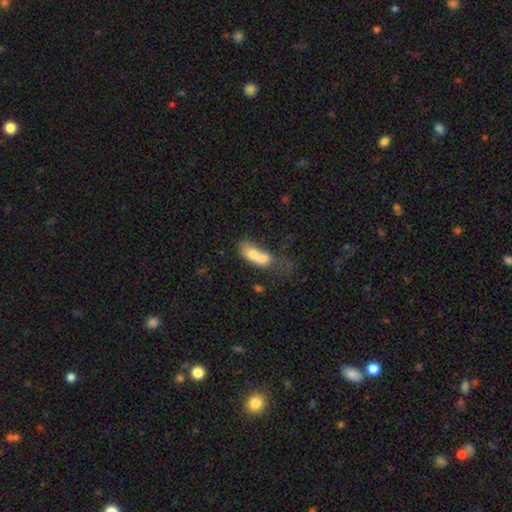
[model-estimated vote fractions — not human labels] Smooth or featured? Predicted: smooth (p=0.64). How rounded? Predicted: in between (p=0.73). Merging? Predicted: merger (p=0.67).